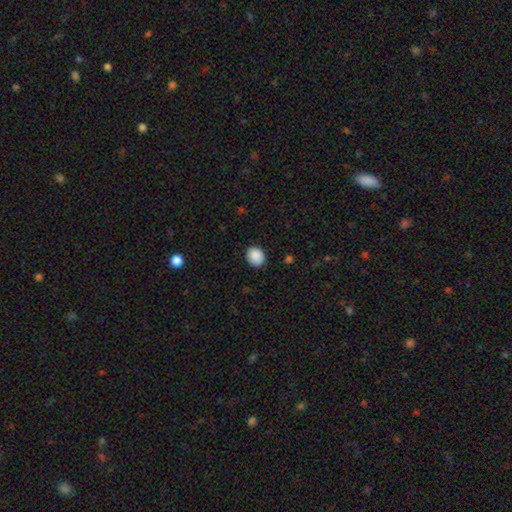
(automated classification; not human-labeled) Smooth or featured?
  - smooth: 89% *
  - star or artifact: 8%
  - featured or disk: 2%
How rounded?
  - round: 68% *
  - in between: 31%
  - cigar-shaped: 1%
Merging?
  - none: 88% *
  - minor disturbance: 9%
  - major disturbance: 2%
  - merger: 1%